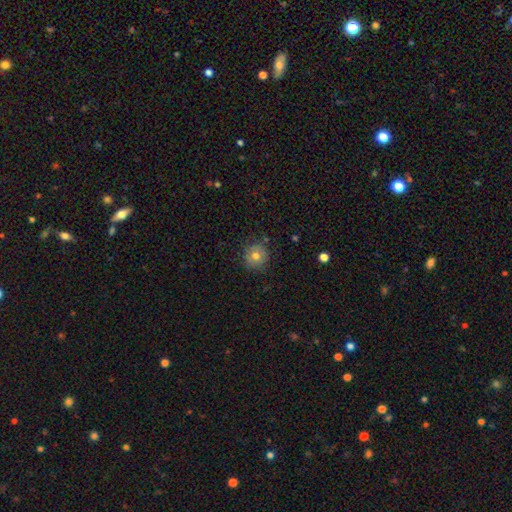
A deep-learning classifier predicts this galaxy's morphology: smooth 73%, featured or disk 15%, star or artifact 12%. Down the decision tree: how rounded — round (91%); merging — none (83%).